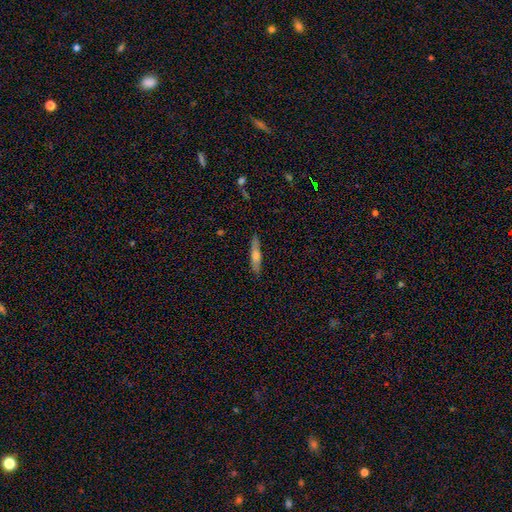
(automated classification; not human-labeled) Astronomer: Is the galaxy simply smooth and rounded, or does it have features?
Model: smooth — 59% (runner-up: featured or disk, 34%).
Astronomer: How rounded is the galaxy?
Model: cigar-shaped — 82%.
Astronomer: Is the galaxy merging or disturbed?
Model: none — 86%.